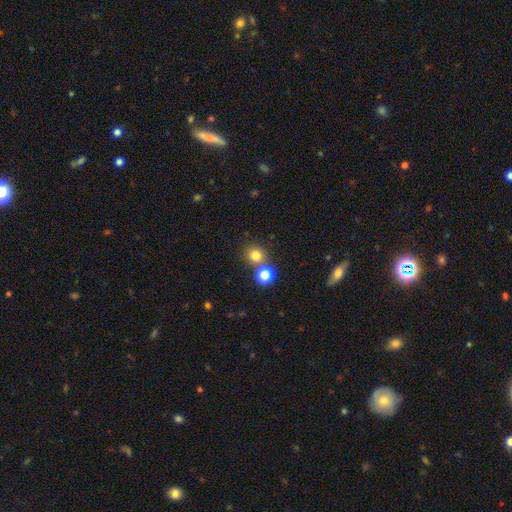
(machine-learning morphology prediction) A smooth galaxy with no disk features (79%) that is round (89%). Merging: none (68%).